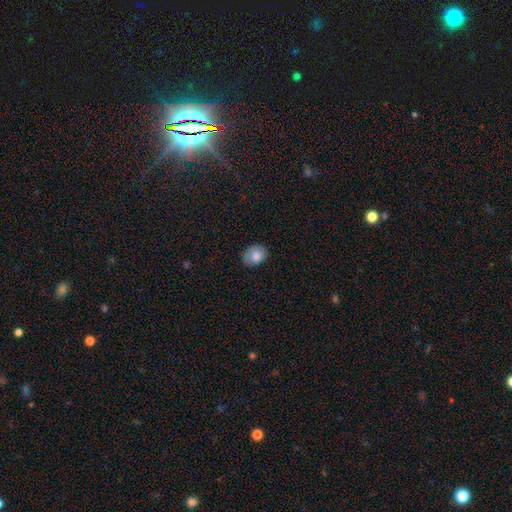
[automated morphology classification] Q: Smooth or featured?
A: smooth (81%); runner-up: featured or disk (11%)
Q: How rounded?
A: in between (63%); runner-up: round (36%)
Q: Merging?
A: none (71%); runner-up: minor disturbance (23%)